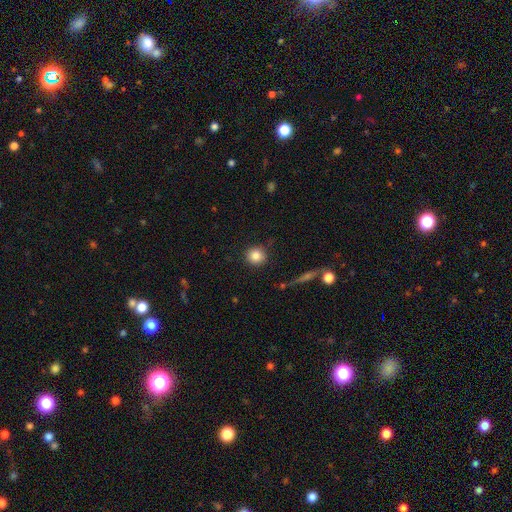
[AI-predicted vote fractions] smooth_or_featured: smooth (p=0.84) [alt: star or artifact p=0.09]
how_rounded: round (p=0.93) [alt: in between p=0.06]
merging: none (p=0.88) [alt: minor disturbance p=0.07]